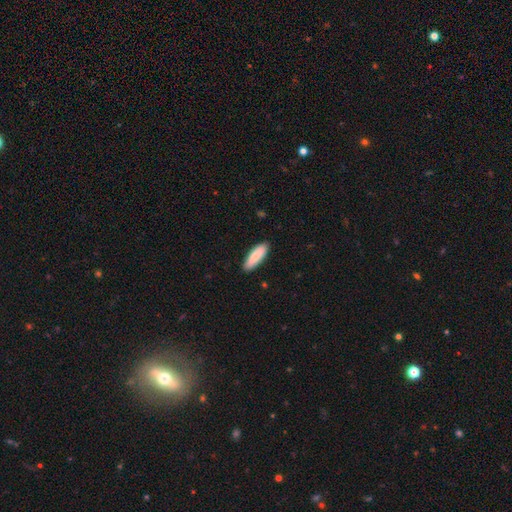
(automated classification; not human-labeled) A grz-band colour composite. It shows a smooth galaxy with no disk features (86%) that is in between round and cigar-shaped (54%). Merging: none (89%).